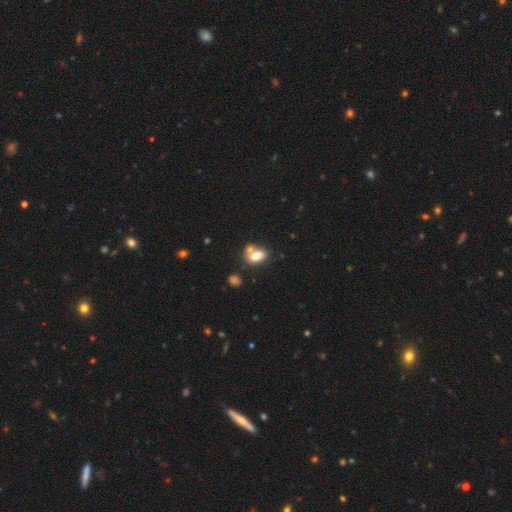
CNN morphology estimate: This is likely a smooth galaxy (78%). How rounded: clearly in between (81%). Merging: marginally none (45%).